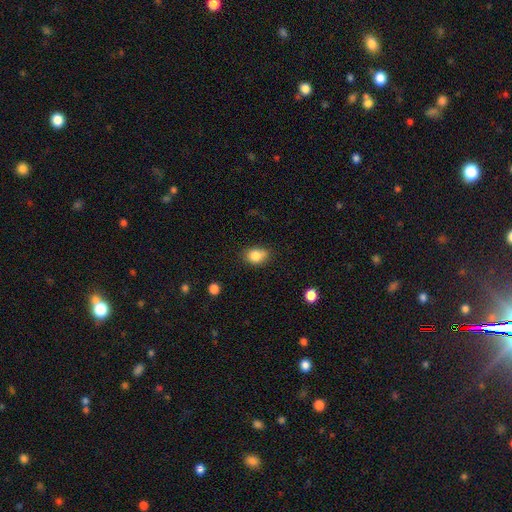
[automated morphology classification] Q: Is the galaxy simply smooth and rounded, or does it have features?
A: smooth — 82%.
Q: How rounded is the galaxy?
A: in between — 58%.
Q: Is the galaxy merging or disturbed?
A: none — 64%.